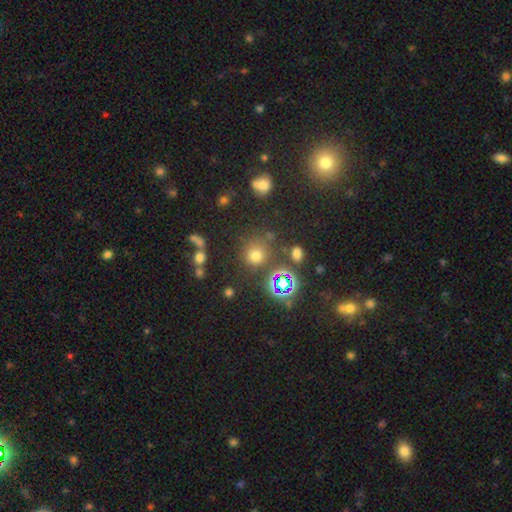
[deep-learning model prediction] This appears to be a smooth galaxy with no disk features (64%) that is round (85%). Merging: none (72%).